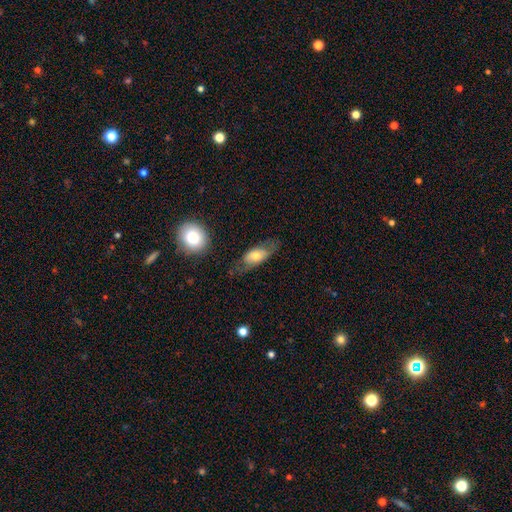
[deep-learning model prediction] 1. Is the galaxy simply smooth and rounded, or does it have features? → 58% smooth, 36% featured or disk, 7% star or artifact.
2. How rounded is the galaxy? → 80% in between, 14% cigar-shaped, 6% round.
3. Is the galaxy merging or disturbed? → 56% none, 25% minor disturbance, 15% major disturbance, 3% merger.